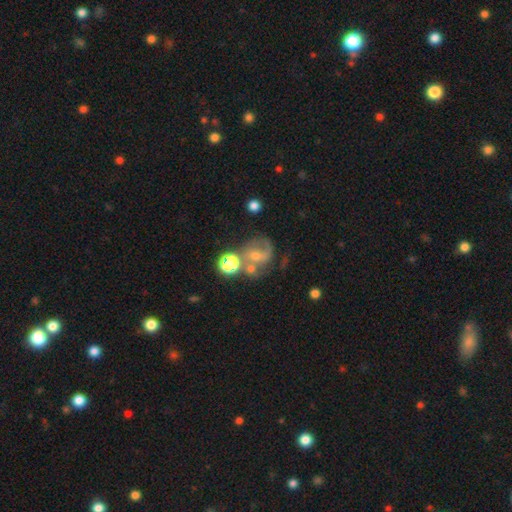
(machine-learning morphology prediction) A featured or disk galaxy (54%) with no bar (40%, tied with weak), spiral arms (77%) and a small central bulge (53%). Merging: none (40%).